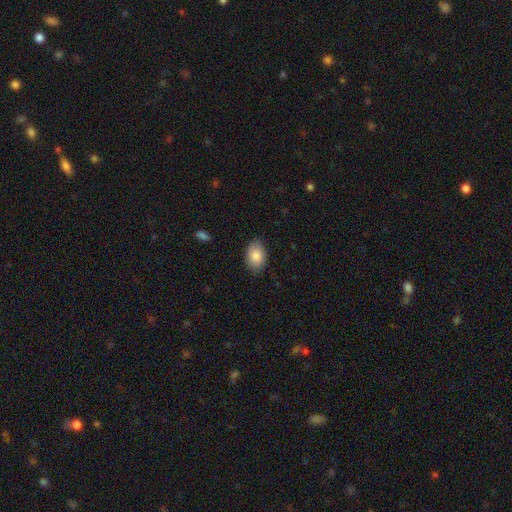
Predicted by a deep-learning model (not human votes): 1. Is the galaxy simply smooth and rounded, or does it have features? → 85% smooth, 8% featured or disk, 7% star or artifact.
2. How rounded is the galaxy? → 87% in between, 12% round, 1% cigar-shaped.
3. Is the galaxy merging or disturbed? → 84% none, 12% minor disturbance, 2% major disturbance, 1% merger.